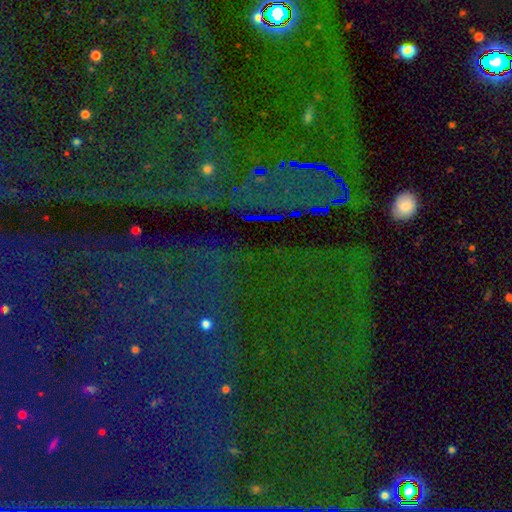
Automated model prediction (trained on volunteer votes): The model was most divided on "smooth or featured": star or artifact: 82%, smooth: 9%, featured or disk: 9%.